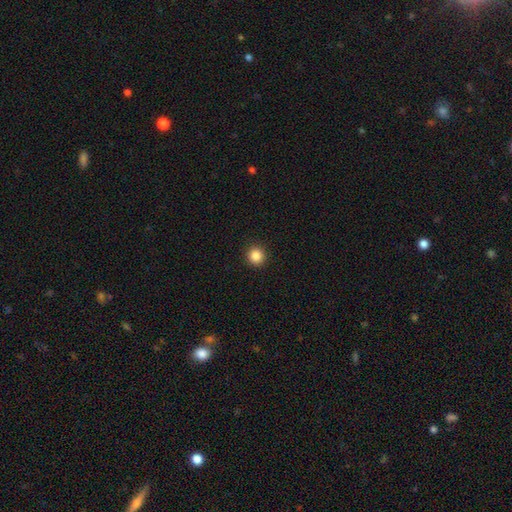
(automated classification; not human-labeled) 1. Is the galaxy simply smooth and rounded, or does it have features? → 86% smooth, 11% star or artifact, 3% featured or disk.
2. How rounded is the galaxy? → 94% round, 5% in between, 1% cigar-shaped.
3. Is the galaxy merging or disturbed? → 93% none, 4% minor disturbance, 2% major disturbance, 1% merger.